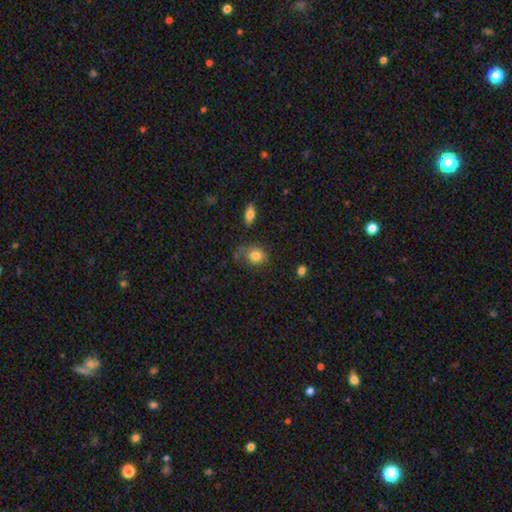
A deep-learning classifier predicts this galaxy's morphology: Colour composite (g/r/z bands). It shows a smooth galaxy with no disk features (81%) that is round (64%). Merging: none (54%).